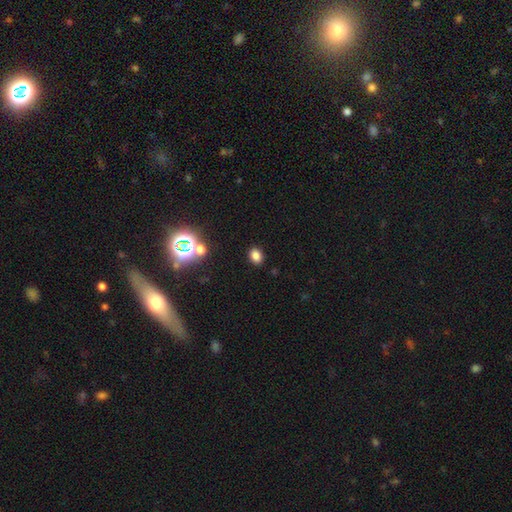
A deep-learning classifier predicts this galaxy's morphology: Overall: smooth (78%). How rounded: in between (67%; round 32%). Merging: none (88%).